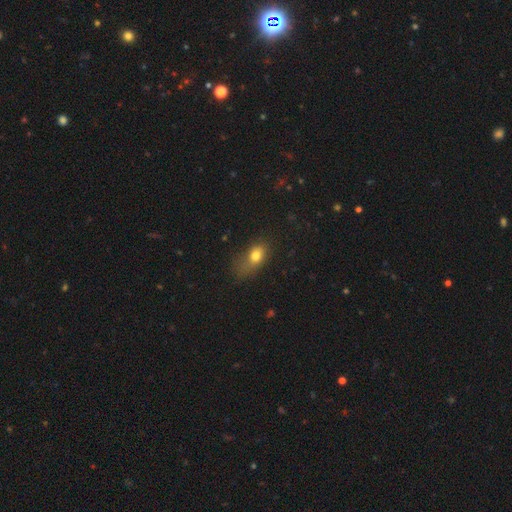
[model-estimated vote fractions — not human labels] smooth-or-featured: smooth: 76% | featured or disk: 12% | star or artifact: 12%
  how-rounded: in between: 76% | round: 19% | cigar-shaped: 4%
  merging: none: 39% | minor disturbance: 32% | major disturbance: 26% | merger: 3%